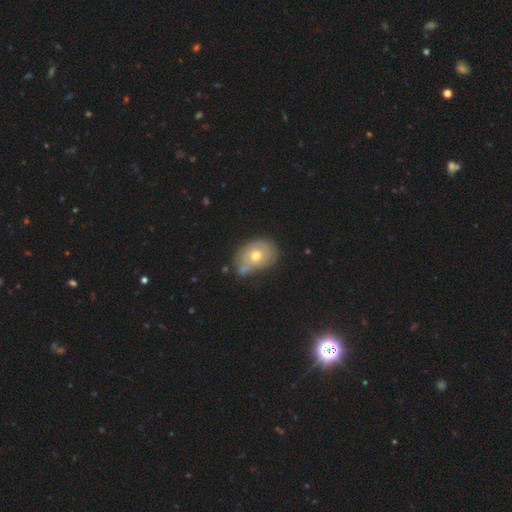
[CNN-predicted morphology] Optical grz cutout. It shows a smooth galaxy with no disk features (54%) that is in between round and cigar-shaped (64%). Merging: none (45%).